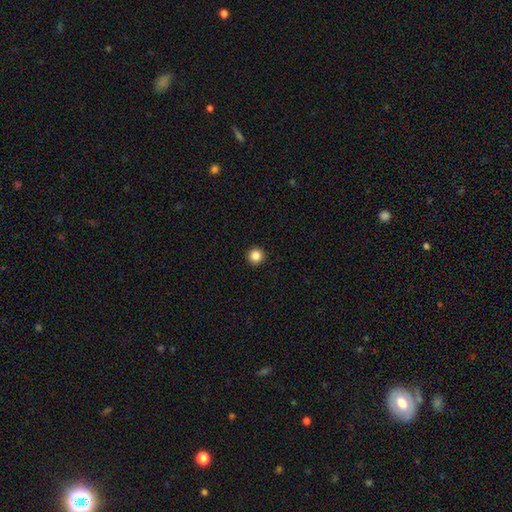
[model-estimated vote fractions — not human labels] Smooth or featured: smooth — 85% (star or artifact — 11%)
How rounded: round — 96% (in between — 3%)
Merging: none — 94% (minor disturbance — 4%)